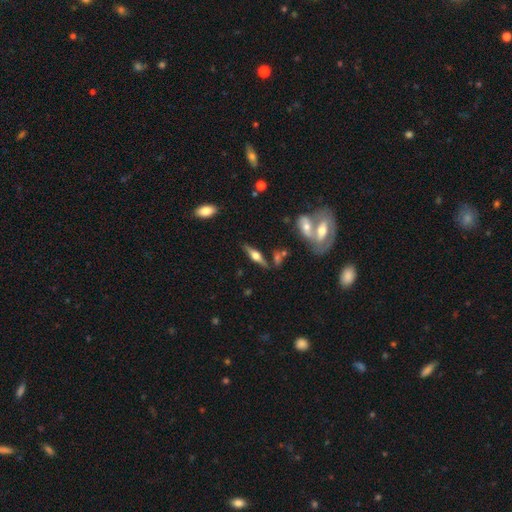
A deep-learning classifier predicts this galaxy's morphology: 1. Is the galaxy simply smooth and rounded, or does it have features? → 74% featured or disk, 19% smooth, 6% star or artifact.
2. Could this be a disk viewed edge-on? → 96% yes, 4% no.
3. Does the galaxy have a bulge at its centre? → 94% rounded, 5% boxy, 1% none.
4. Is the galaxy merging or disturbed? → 82% none, 10% minor disturbance, 5% merger, 3% major disturbance.